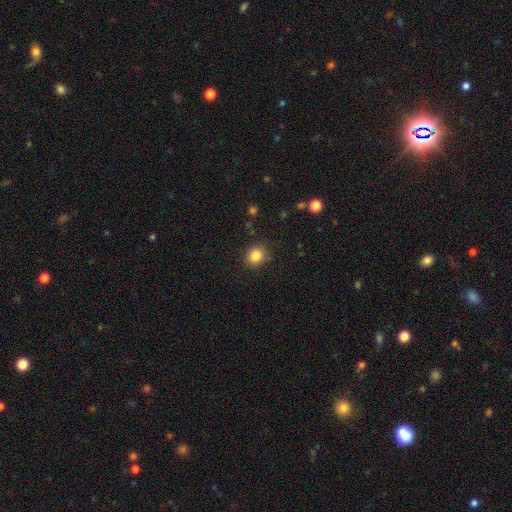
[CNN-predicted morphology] A smooth galaxy with no disk features (84%) that is round (71%). Merging: none (87%).